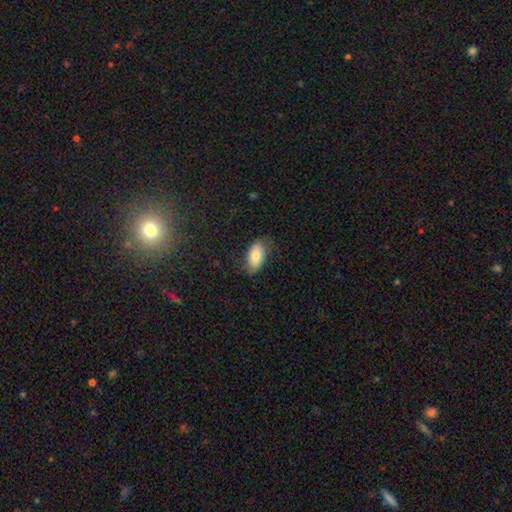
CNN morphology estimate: Smooth or featured? Predicted: smooth (p=0.79). How rounded? Predicted: in between (p=0.93). Merging? Predicted: none (p=0.76).